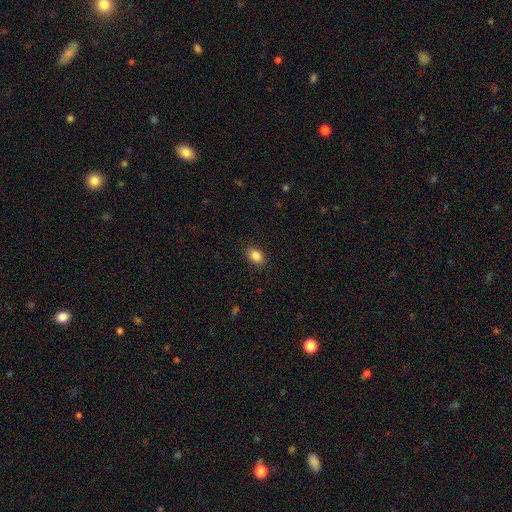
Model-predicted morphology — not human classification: Q: Smooth or featured?
A: smooth (87%); runner-up: star or artifact (9%)
Q: How rounded?
A: in between (82%); runner-up: round (17%)
Q: Merging?
A: none (88%); runner-up: minor disturbance (8%)